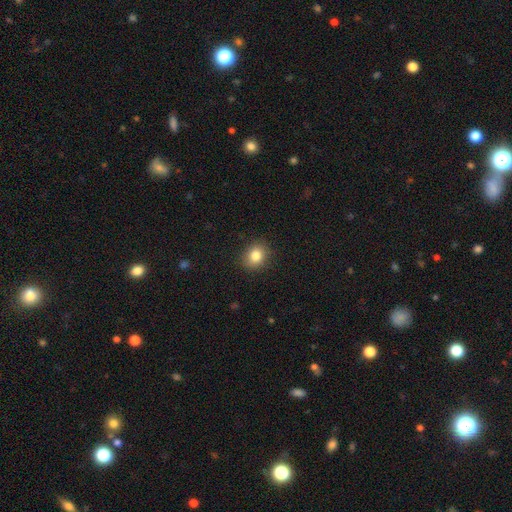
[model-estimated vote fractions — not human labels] smooth 83%, star or artifact 10%, featured or disk 7%. Down the decision tree: how rounded — round (65%); merging — none (88%).